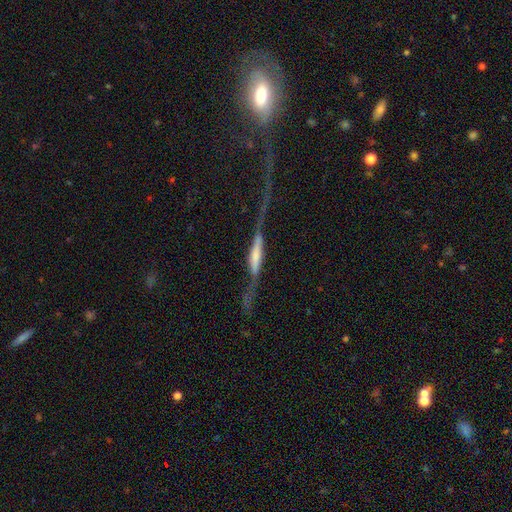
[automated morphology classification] smooth_or_featured: featured or disk (p=0.68) [alt: smooth p=0.25]
disk_edge_on: yes (p=0.80) [alt: no p=0.20]
edge_on_bulge: boxy (p=0.51) [alt: rounded p=0.31]
merging: none (p=0.38) [alt: major disturbance p=0.37]